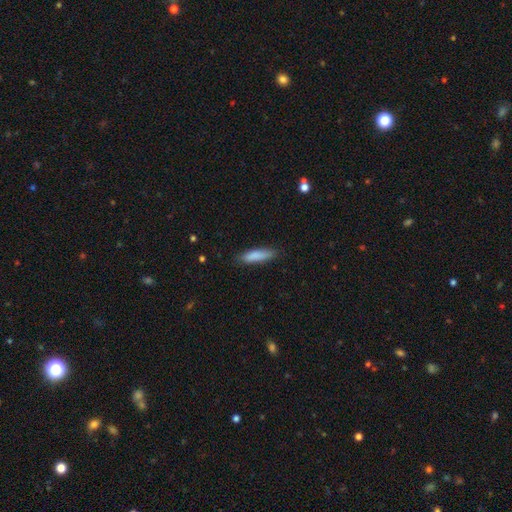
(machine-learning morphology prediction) A smooth galaxy with no disk features (85%) that is cigar-shaped (72%).

Vote fractions:
- Smooth or featured? smooth: 85% / featured or disk: 9% / star or artifact: 6%
- How rounded? cigar-shaped: 72% / in between: 27% / round: 1%
- Merging? none: 83% / minor disturbance: 13% / major disturbance: 2% / merger: 1%